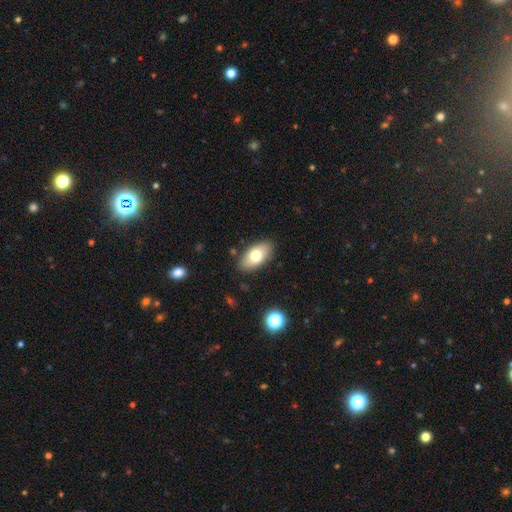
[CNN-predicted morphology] smooth-or-featured: smooth: 73% | featured or disk: 20% | star or artifact: 7%
  how-rounded: in between: 93% | round: 4% | cigar-shaped: 3%
  merging: none: 86% | minor disturbance: 10% | major disturbance: 2% | merger: 2%